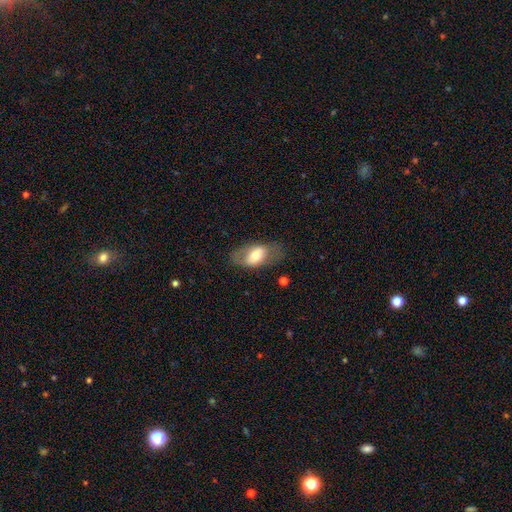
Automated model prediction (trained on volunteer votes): smooth 54%, featured or disk 40%, star or artifact 7%. Down the decision tree: how rounded — in between (89%); merging — none (66%).